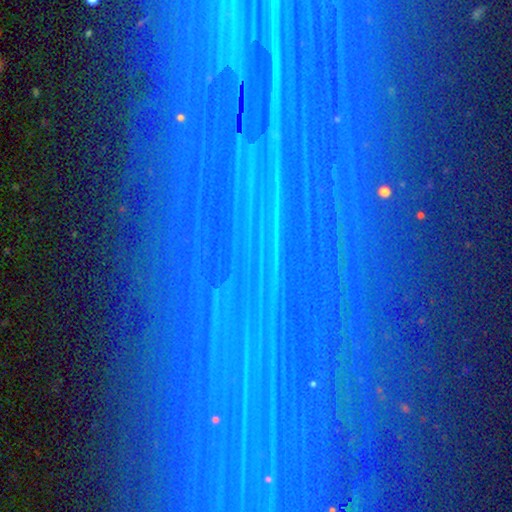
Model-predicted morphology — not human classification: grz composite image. It shows a star or artifact, not a galaxy (84%).